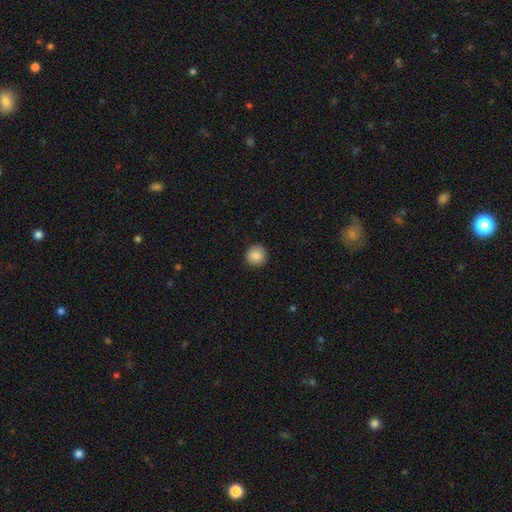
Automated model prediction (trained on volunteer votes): smooth_or_featured: smooth (p=0.87) [alt: star or artifact p=0.09]
how_rounded: round (p=0.93) [alt: in between p=0.06]
merging: none (p=0.90) [alt: minor disturbance p=0.07]